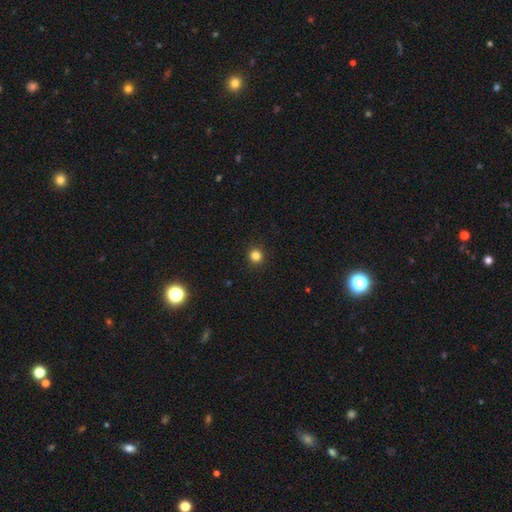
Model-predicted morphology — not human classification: Smooth or featured? smooth (83%)
How rounded? round (94%)
Merging? none (93%)